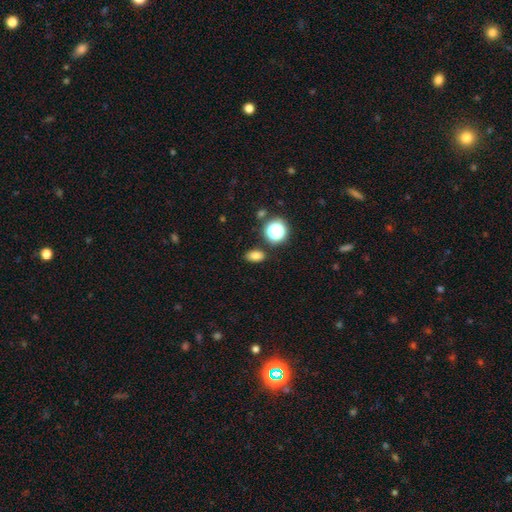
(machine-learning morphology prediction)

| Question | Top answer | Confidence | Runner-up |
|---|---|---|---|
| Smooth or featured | smooth | 78% | star or artifact (16%) |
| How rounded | in between | 80% | round (18%) |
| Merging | none | 84% | minor disturbance (10%) |